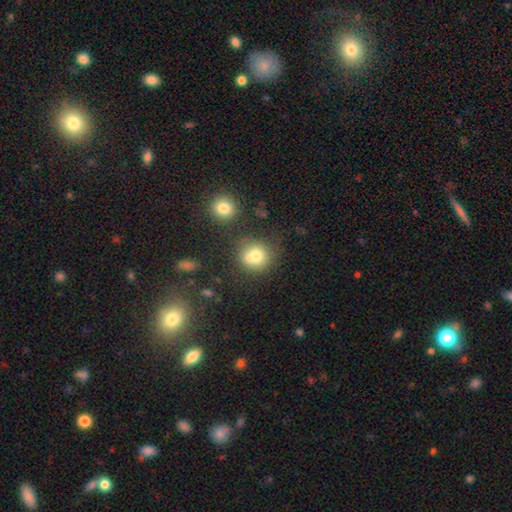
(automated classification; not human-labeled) Q: Smooth or featured?
A: smooth (77%); runner-up: featured or disk (12%)
Q: How rounded?
A: round (84%); runner-up: in between (15%)
Q: Merging?
A: none (60%); runner-up: merger (18%)